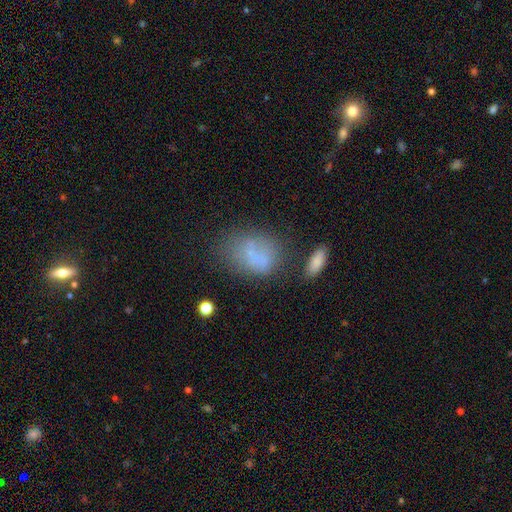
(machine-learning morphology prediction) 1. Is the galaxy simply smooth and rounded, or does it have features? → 63% smooth, 24% featured or disk, 13% star or artifact.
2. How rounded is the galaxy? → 76% in between, 21% round, 3% cigar-shaped.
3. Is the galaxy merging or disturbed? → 40% none, 25% minor disturbance, 18% major disturbance, 16% merger.